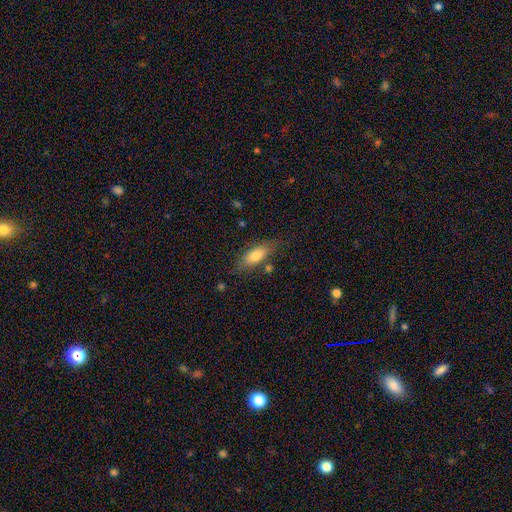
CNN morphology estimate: smooth-or-featured: smooth: 75% | featured or disk: 18% | star or artifact: 7%
  how-rounded: in between: 75% | cigar-shaped: 22% | round: 3%
  merging: none: 70% | minor disturbance: 19% | merger: 6% | major disturbance: 5%